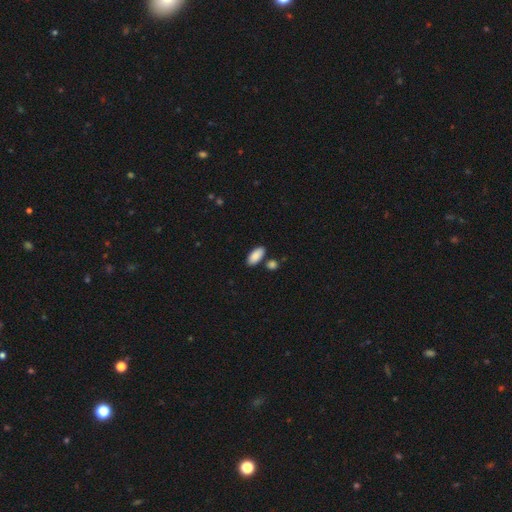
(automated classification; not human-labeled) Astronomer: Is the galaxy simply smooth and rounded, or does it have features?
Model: smooth — 89%.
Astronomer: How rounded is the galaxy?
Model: in between — 90%.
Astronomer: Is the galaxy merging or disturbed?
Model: none — 78%.